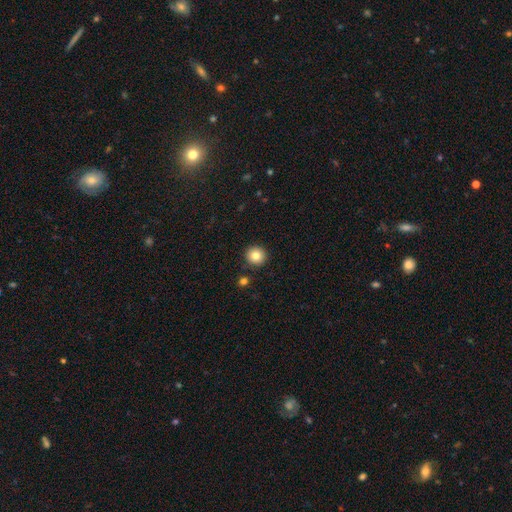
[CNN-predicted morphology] smooth_or_featured: smooth (p=0.83) [alt: star or artifact p=0.10]
how_rounded: round (p=0.94) [alt: in between p=0.05]
merging: none (p=0.91) [alt: minor disturbance p=0.05]